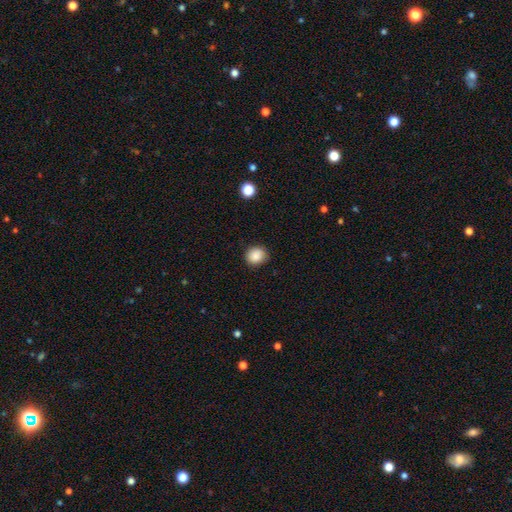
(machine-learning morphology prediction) smooth 87%, star or artifact 9%, featured or disk 4%. Down the decision tree: how rounded — round (71%); merging — none (84%).